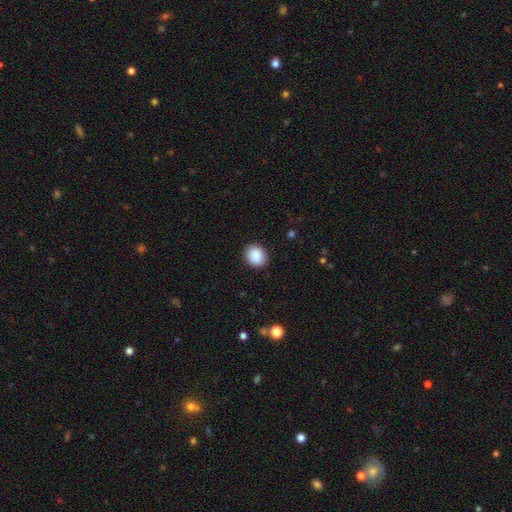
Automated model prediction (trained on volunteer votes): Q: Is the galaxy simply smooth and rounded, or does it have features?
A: smooth — 89%.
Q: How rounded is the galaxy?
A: round — 65%.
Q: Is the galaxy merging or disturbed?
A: none — 90%.